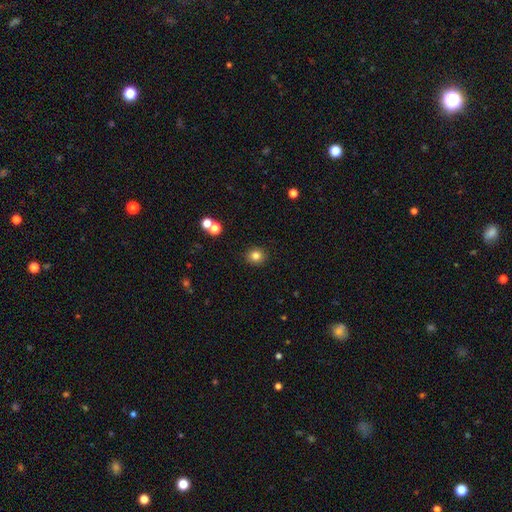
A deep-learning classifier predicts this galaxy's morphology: smooth-or-featured: smooth: 81% | star or artifact: 13% | featured or disk: 6%
  how-rounded: round: 87% | in between: 12% | cigar-shaped: 1%
  merging: none: 90% | minor disturbance: 6% | merger: 2% | major disturbance: 2%